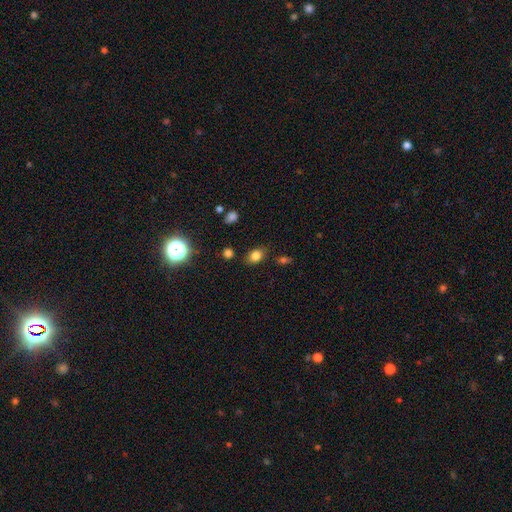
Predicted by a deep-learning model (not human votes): This is likely a smooth galaxy (80%). How rounded: likely in between (70%). Merging: clearly none (80%).